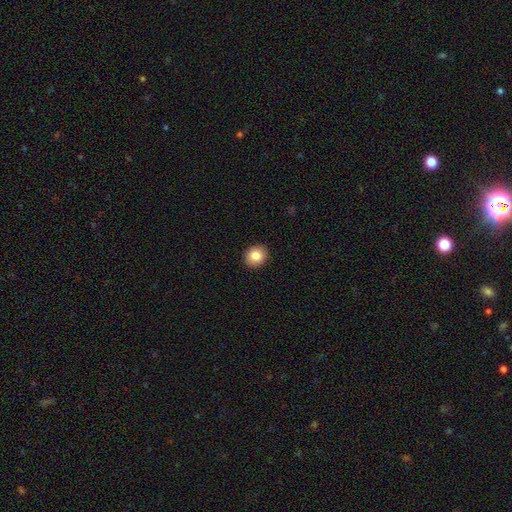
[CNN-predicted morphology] Q: Smooth or featured?
A: smooth (86%); runner-up: star or artifact (9%)
Q: How rounded?
A: round (75%); runner-up: in between (24%)
Q: Merging?
A: none (92%); runner-up: minor disturbance (6%)